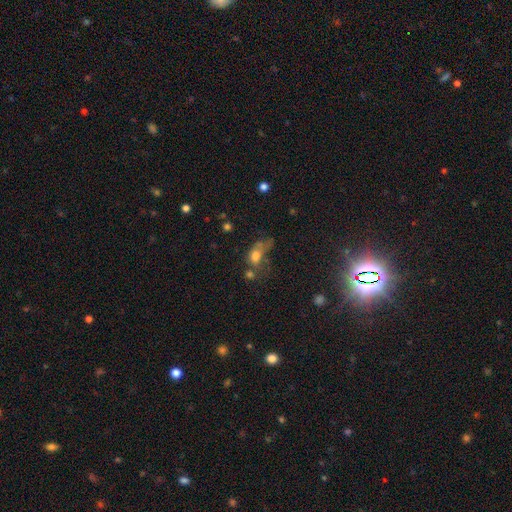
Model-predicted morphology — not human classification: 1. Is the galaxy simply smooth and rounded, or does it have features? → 64% smooth, 21% featured or disk, 15% star or artifact.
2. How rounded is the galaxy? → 68% in between, 28% round, 4% cigar-shaped.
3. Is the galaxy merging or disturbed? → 40% major disturbance, 21% none, 21% merger, 18% minor disturbance.